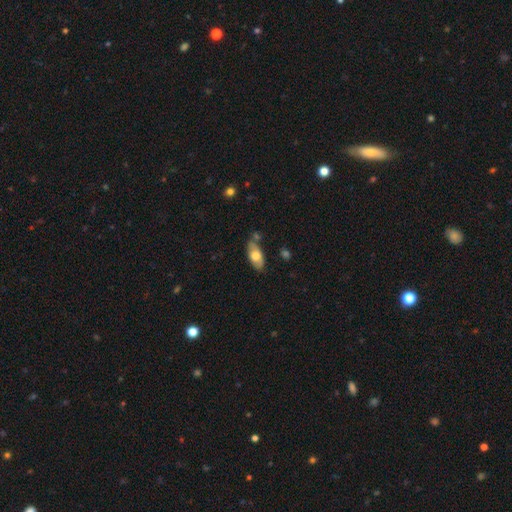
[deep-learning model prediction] Overall: smooth (66%; featured or disk 29%). How rounded: in between (87%). Merging: none (65%).